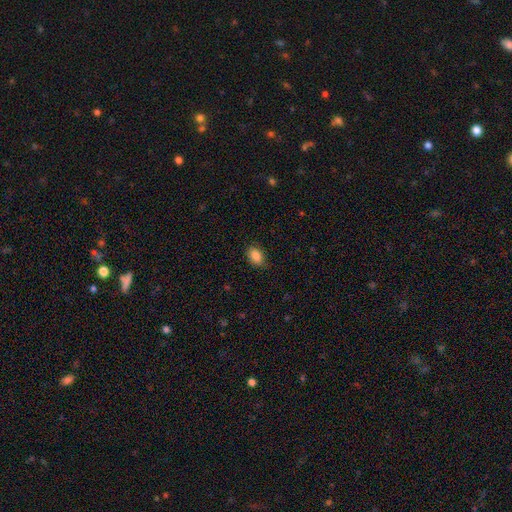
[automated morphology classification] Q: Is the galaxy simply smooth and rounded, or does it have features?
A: smooth — 88%.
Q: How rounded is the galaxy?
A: in between — 84%.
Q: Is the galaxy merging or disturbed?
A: none — 84%.